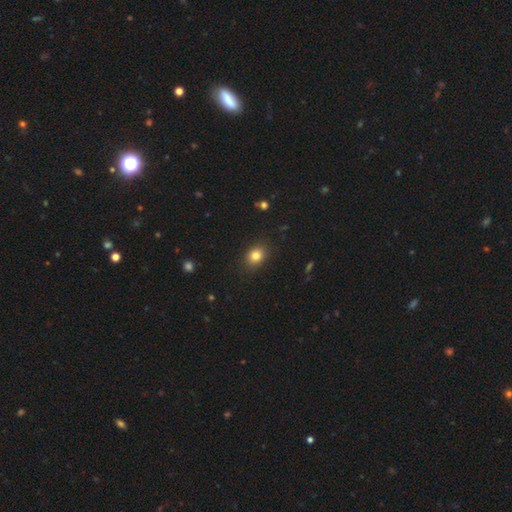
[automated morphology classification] Smooth or featured?
  - smooth: 82% *
  - star or artifact: 11%
  - featured or disk: 7%
How rounded?
  - round: 54% *
  - in between: 45%
  - cigar-shaped: 1%
Merging?
  - none: 87% *
  - minor disturbance: 9%
  - major disturbance: 3%
  - merger: 1%